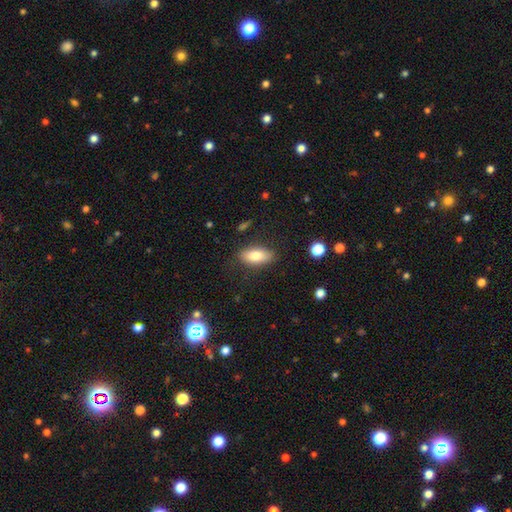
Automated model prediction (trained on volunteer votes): Smooth or featured? Predicted: smooth (p=0.79). How rounded? Predicted: in between (p=0.86). Merging? Predicted: none (p=0.83).